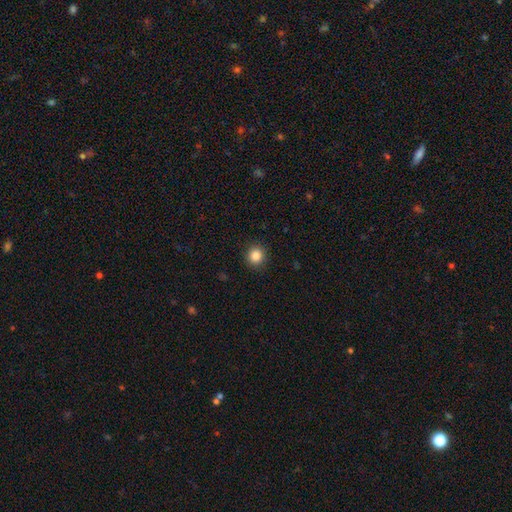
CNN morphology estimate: A smooth galaxy with no disk features (86%) that is round (90%). Merging: none (91%).